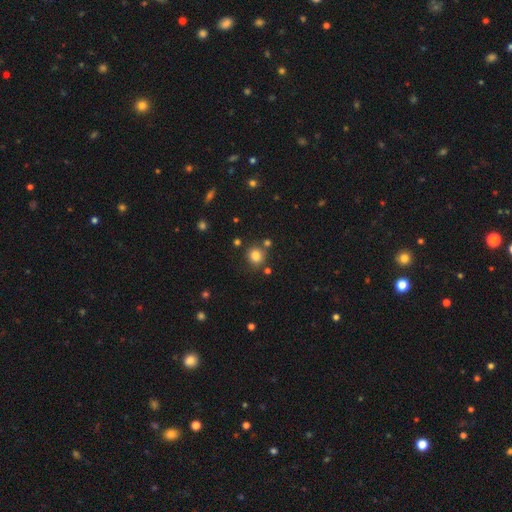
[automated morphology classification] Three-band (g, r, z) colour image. It shows a smooth galaxy with no disk features (81%) that is round (85%). Merging: none (78%).